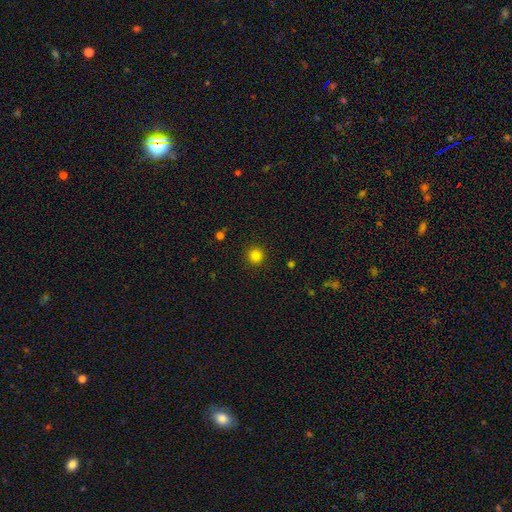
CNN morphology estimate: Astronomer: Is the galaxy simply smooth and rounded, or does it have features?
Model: smooth — 82%.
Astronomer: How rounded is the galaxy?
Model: round — 95%.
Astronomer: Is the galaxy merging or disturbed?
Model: none — 92%.